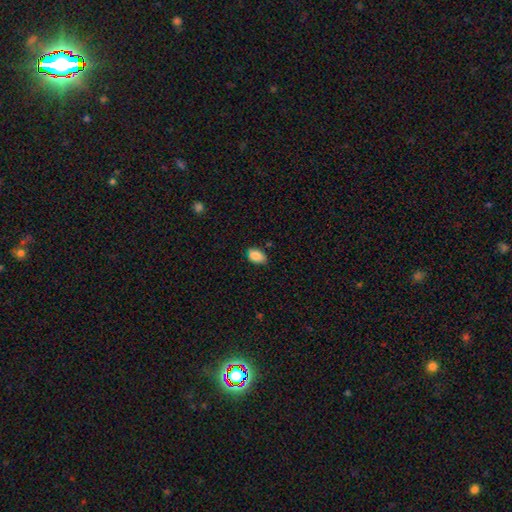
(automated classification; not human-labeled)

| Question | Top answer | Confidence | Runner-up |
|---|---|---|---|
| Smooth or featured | smooth | 87% | star or artifact (8%) |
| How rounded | in between | 86% | round (12%) |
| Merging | none | 75% | minor disturbance (20%) |